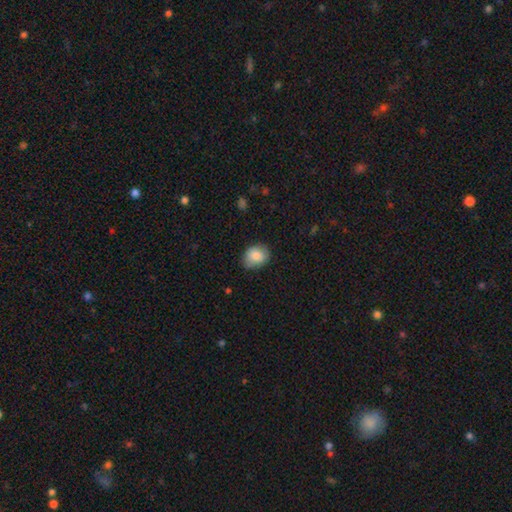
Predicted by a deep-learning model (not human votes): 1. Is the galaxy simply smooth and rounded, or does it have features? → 85% smooth, 8% featured or disk, 7% star or artifact.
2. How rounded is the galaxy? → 54% in between, 45% round, 1% cigar-shaped.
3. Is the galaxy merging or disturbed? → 77% none, 18% minor disturbance, 3% major disturbance, 1% merger.